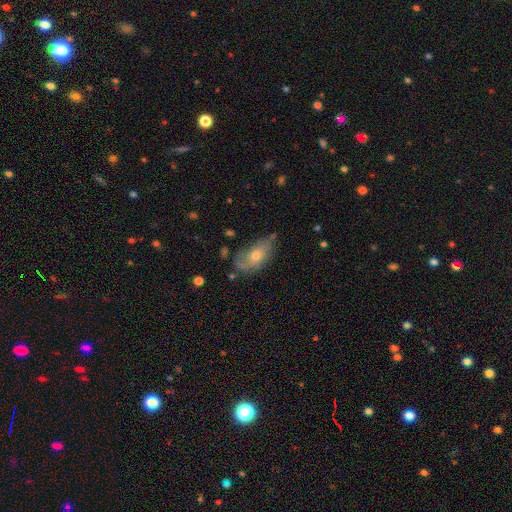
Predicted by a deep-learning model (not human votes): Smooth or featured? Predicted: featured or disk (p=0.47). Merging? Predicted: none (p=0.59).